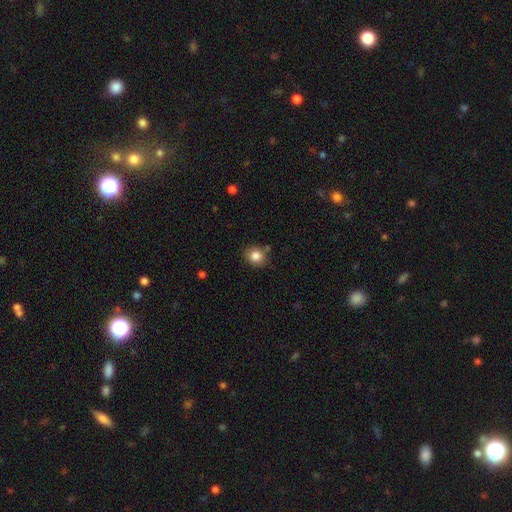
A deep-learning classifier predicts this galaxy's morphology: Q: Smooth or featured?
A: smooth (84%); runner-up: star or artifact (10%)
Q: How rounded?
A: round (77%); runner-up: in between (22%)
Q: Merging?
A: none (78%); runner-up: minor disturbance (14%)